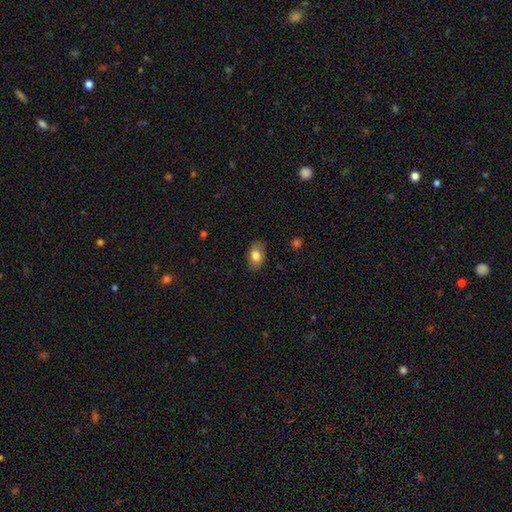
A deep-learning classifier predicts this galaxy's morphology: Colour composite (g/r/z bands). It shows a smooth galaxy with no disk features (81%) that is in between round and cigar-shaped (87%). Merging: none (83%).